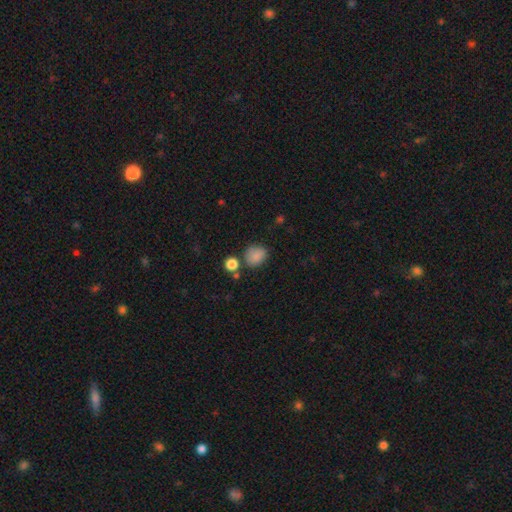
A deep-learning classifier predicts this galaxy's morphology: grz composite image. It shows a smooth galaxy with no disk features (84%) that is round (70%). Merging: none (70%).